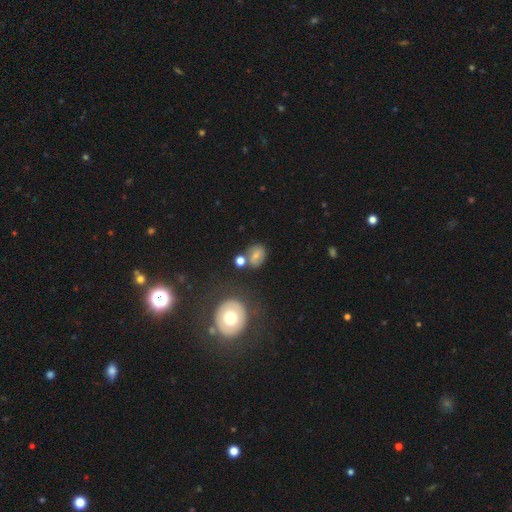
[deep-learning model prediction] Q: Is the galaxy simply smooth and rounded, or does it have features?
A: smooth — 62%.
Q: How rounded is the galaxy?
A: in between — 53%.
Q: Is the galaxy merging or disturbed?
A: none — 60%.